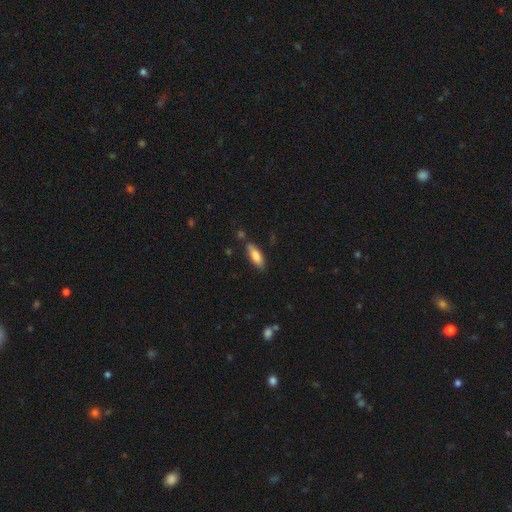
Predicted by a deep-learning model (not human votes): Smooth or featured? smooth (82%)
How rounded? in between (59%)
Merging? none (77%)